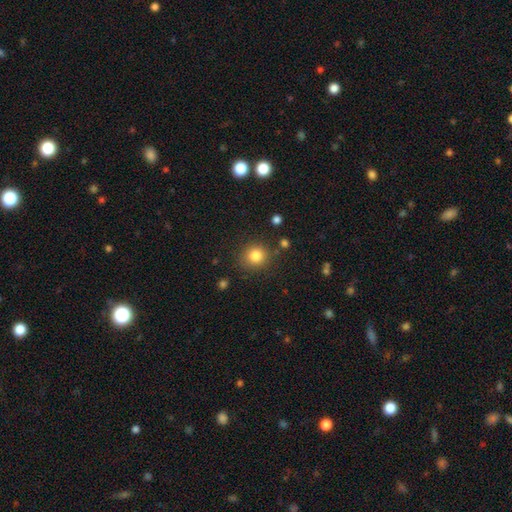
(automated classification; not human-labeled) Smooth or featured: smooth — 83% (star or artifact — 11%)
How rounded: round — 89% (in between — 10%)
Merging: none — 85% (minor disturbance — 9%)